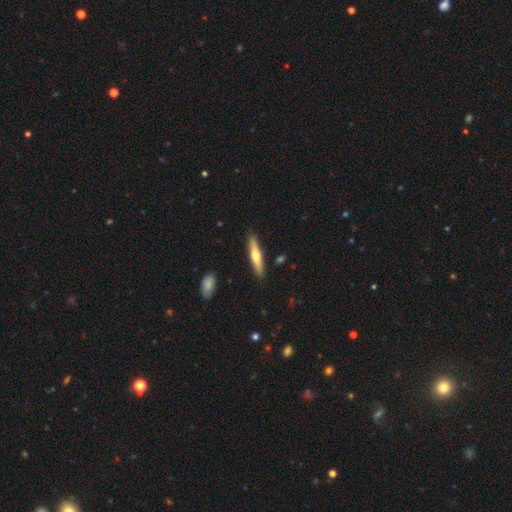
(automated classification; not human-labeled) Overall: smooth (48%; featured or disk 47%). Merging: none (89%).